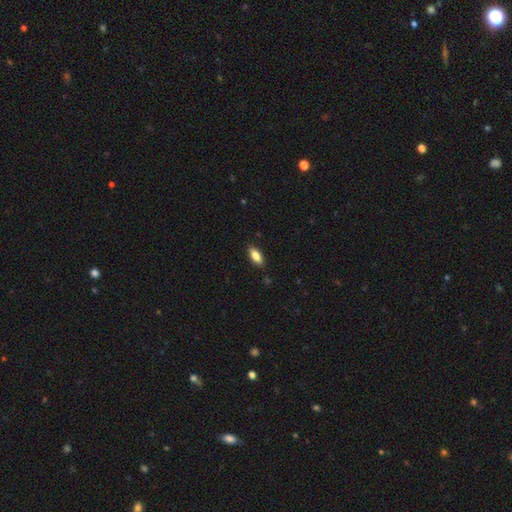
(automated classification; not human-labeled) The model was most divided on "how rounded": in between: 84%, cigar-shaped: 14%, round: 2%. More confident: merging — none (87%); smooth or featured — smooth (83%).